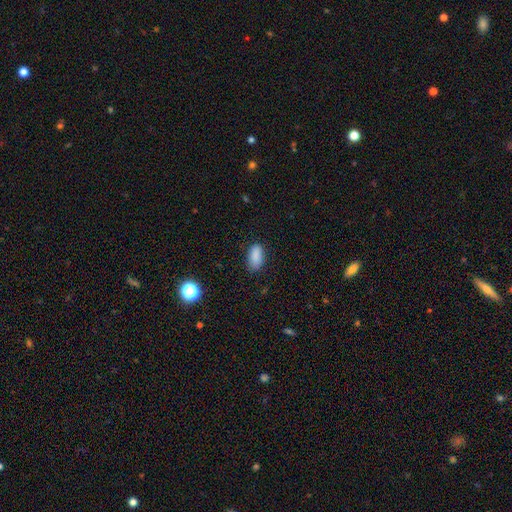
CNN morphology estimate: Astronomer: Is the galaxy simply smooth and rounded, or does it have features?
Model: smooth — 87%.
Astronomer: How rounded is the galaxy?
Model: in between — 91%.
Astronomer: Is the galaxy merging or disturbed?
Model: none — 80%.